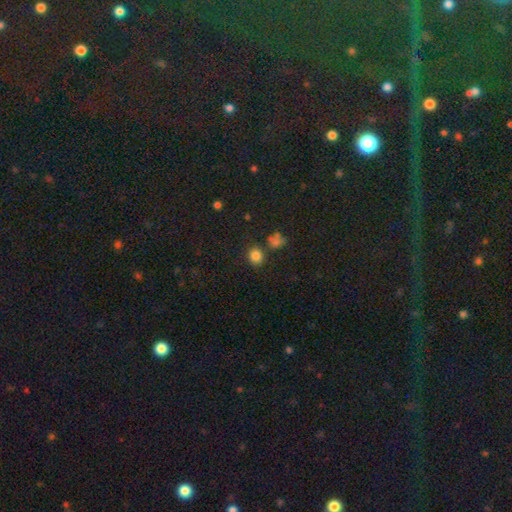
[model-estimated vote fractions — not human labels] This appears to be a smooth galaxy with no disk features (80%) that is round (79%). Merging: none (75%).